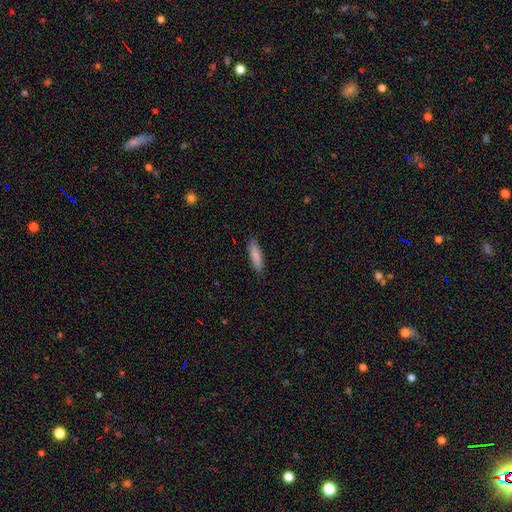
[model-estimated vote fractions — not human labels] smooth-or-featured: smooth: 85% | featured or disk: 9% | star or artifact: 6%
  how-rounded: cigar-shaped: 68% | in between: 31% | round: 1%
  merging: none: 88% | minor disturbance: 9% | major disturbance: 2% | merger: 1%